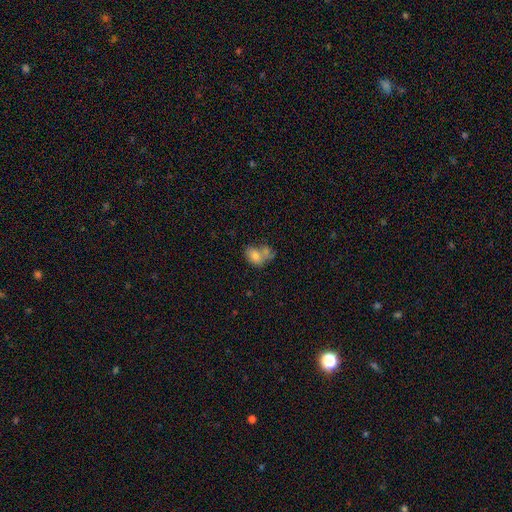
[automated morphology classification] Smooth or featured: smooth — 71% (featured or disk — 18%)
How rounded: in between — 74% (round — 25%)
Merging: merger — 45% (none — 31%)